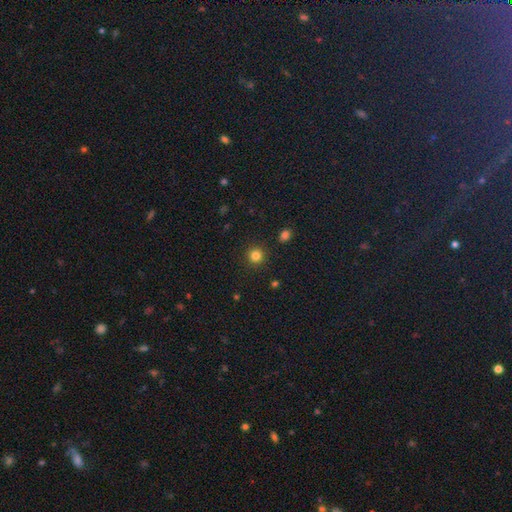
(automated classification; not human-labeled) Morphology: type=smooth (82%); roundness=round (94%); merging=none (91%).